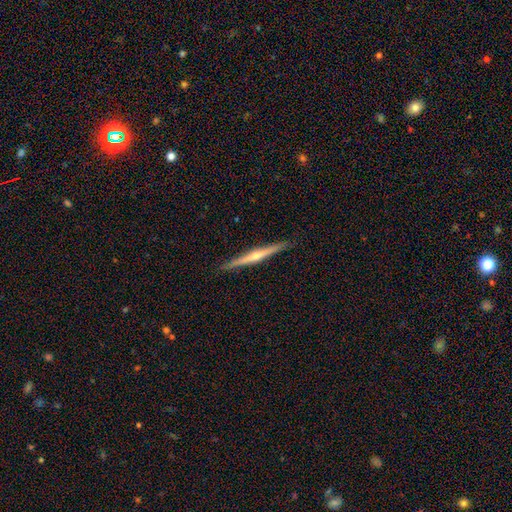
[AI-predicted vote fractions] smooth-or-featured: featured or disk: 79% | smooth: 16% | star or artifact: 5%
  disk-edge-on: yes: 98% | no: 2%
    edge-on-bulge: rounded: 82% | none: 13% | boxy: 5%
  merging: none: 92% | minor disturbance: 6% | major disturbance: 1% | merger: 1%